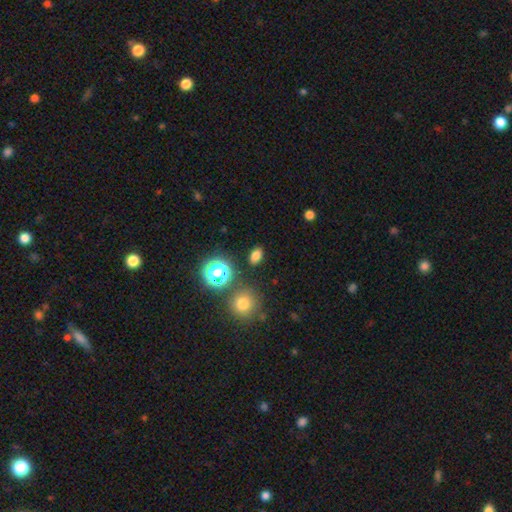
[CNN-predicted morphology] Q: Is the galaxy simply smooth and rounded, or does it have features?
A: smooth — 75%.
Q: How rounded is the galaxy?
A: in between — 74%.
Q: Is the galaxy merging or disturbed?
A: none — 85%.